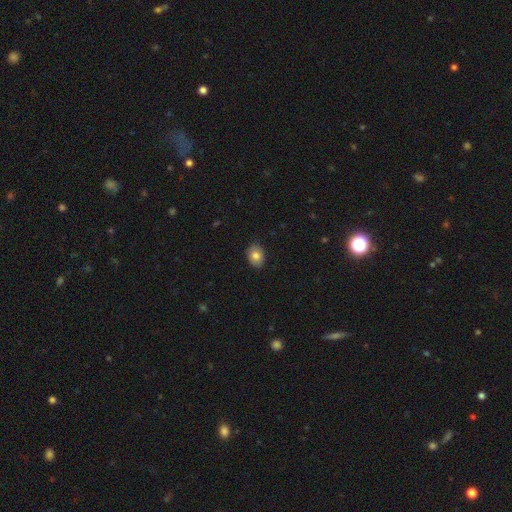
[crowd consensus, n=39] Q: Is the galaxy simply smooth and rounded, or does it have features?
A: smooth — 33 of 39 (85%).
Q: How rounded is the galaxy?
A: in between — 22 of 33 (67%).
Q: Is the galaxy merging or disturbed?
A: none — 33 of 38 (87%).